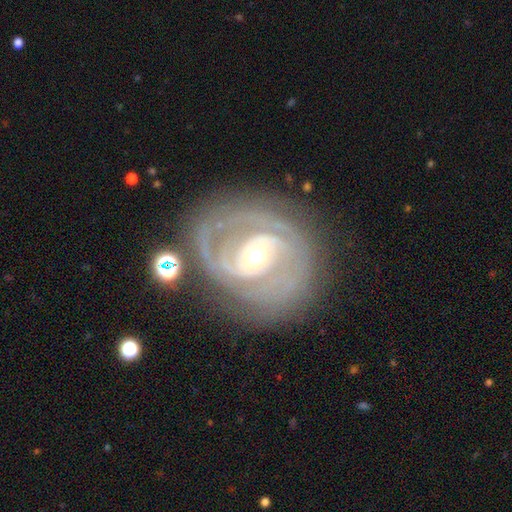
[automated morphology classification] Smooth or featured? Predicted: featured or disk (p=0.87). Edge-on disk? Predicted: no (p=0.97). Bar? Predicted: no (p=0.52). Spiral arms? Predicted: yes (p=0.92). Spiral winding? Predicted: tight (p=0.61). Spiral arm count? Predicted: 2 (p=0.57). Bulge size? Predicted: moderate (p=0.70). Merging? Predicted: none (p=0.74).